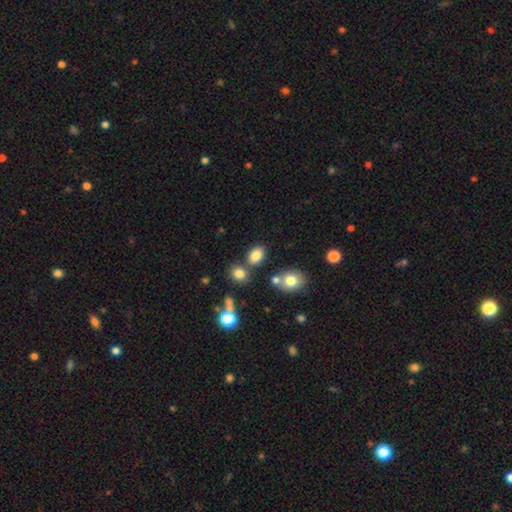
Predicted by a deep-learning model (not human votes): smooth_or_featured: smooth (p=0.81) [alt: star or artifact p=0.12]
how_rounded: in between (p=0.74) [alt: round p=0.25]
merging: none (p=0.69) [alt: merger p=0.15]